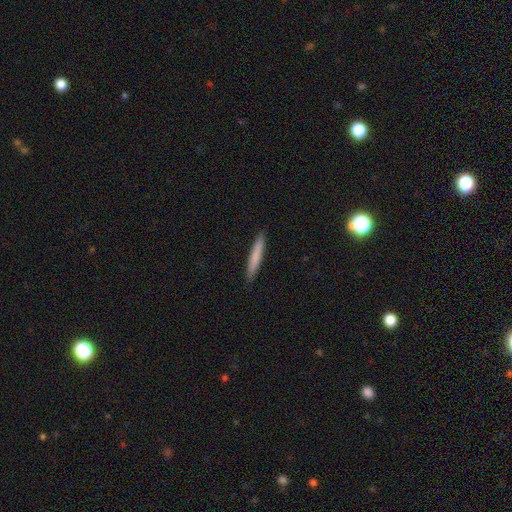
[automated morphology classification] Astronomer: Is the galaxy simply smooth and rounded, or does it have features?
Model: smooth — 77%.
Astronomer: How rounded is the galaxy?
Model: cigar-shaped — 95%.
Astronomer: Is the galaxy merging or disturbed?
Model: none — 91%.